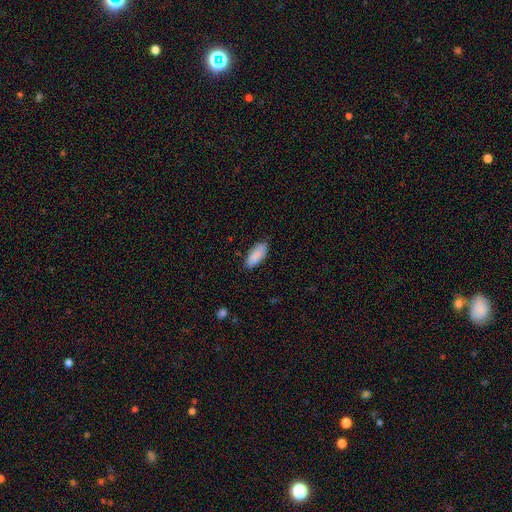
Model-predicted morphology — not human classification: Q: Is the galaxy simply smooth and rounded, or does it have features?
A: smooth — 88%.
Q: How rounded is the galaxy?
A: in between — 87%.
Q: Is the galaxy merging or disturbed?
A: none — 78%.